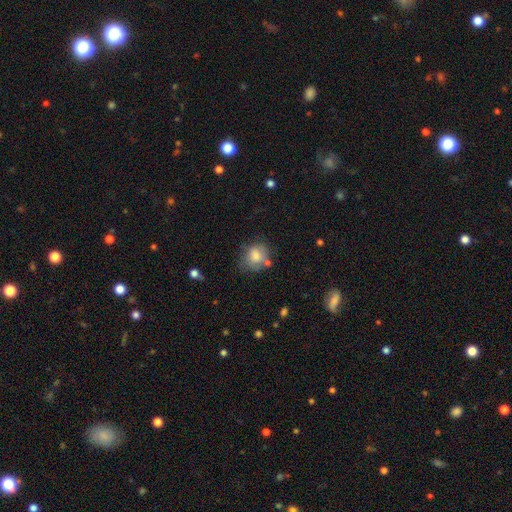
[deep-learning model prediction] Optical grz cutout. It shows a smooth galaxy with no disk features (73%) that is round (61%). Merging: none (52%).